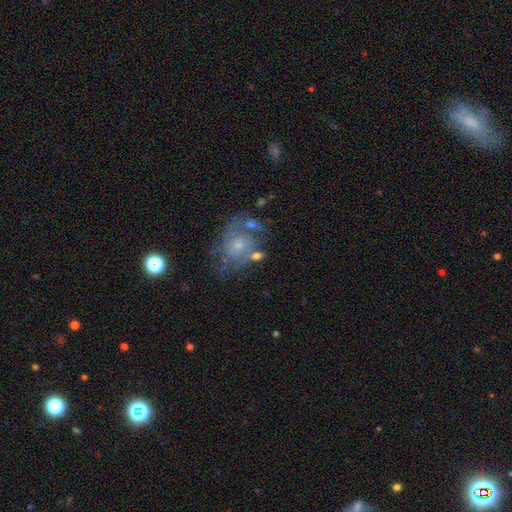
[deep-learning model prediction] A featured or disk galaxy (53%) with no bar (78%), spiral arms (61%) and a small central bulge (50%). Merging: none (41%).